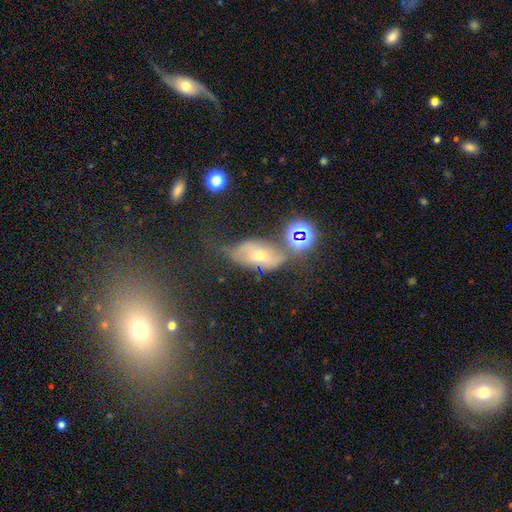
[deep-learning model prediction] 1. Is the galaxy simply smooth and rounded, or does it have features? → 47% smooth, 35% featured or disk, 18% star or artifact.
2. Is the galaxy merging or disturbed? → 41% none, 25% minor disturbance, 22% major disturbance, 13% merger.